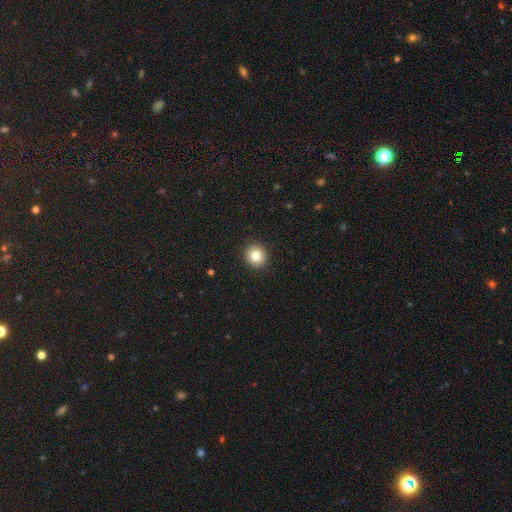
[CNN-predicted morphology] Smooth or featured? smooth (82%)
How rounded? round (88%)
Merging? none (92%)